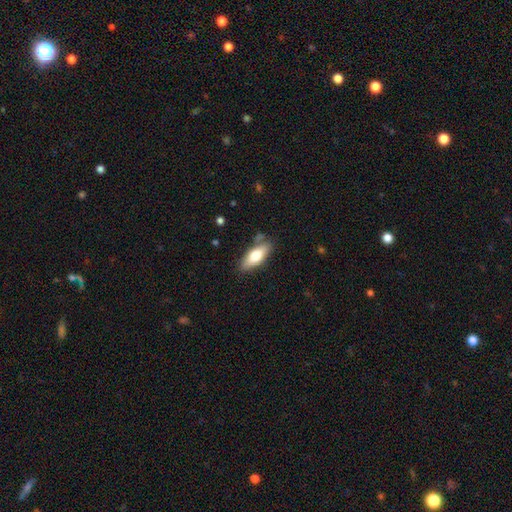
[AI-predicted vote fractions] smooth_or_featured: smooth (p=0.65) [alt: featured or disk p=0.29]
how_rounded: in between (p=0.68) [alt: cigar-shaped p=0.29]
merging: none (p=0.78) [alt: minor disturbance p=0.15]